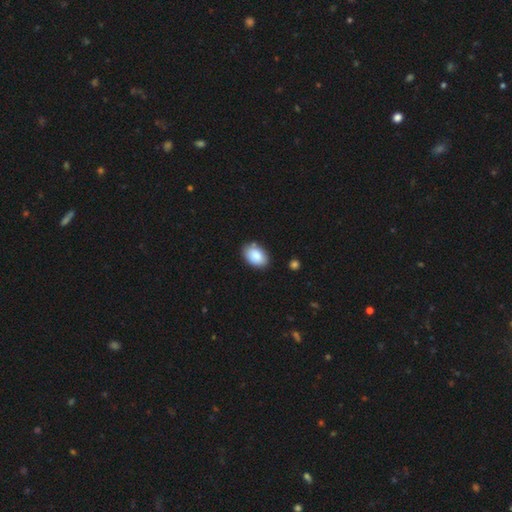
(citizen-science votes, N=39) Smooth or featured? 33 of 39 (85%) said smooth. How rounded? 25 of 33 (76%) said in between. Merging? 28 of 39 (72%) said none.